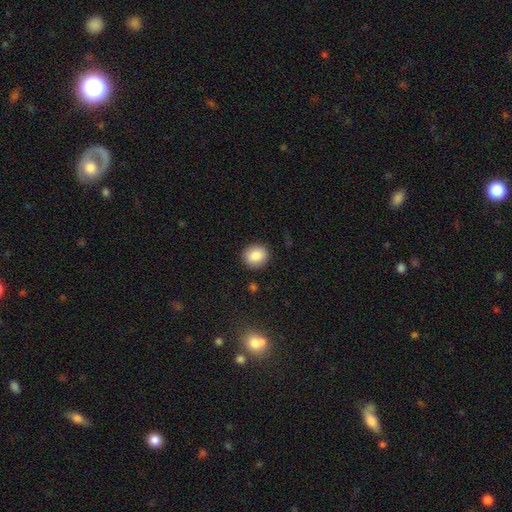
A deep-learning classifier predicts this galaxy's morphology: Smooth or featured: smooth — 85% (star or artifact — 9%)
How rounded: round — 85% (in between — 14%)
Merging: none — 91% (minor disturbance — 6%)